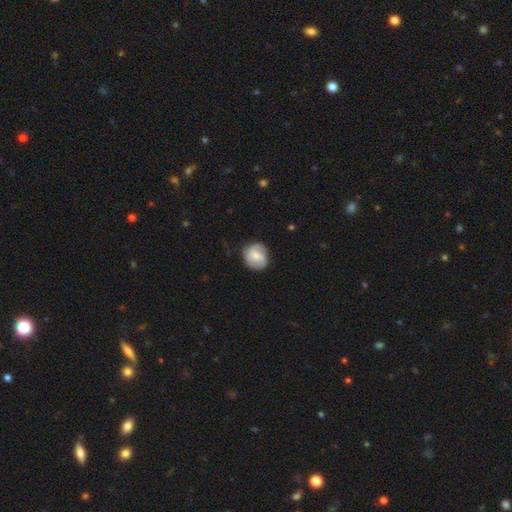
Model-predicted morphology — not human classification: The model was most divided on "smooth or featured": smooth: 52%, featured or disk: 41%, star or artifact: 7%. More confident: how rounded — round (77%); merging — none (74%).